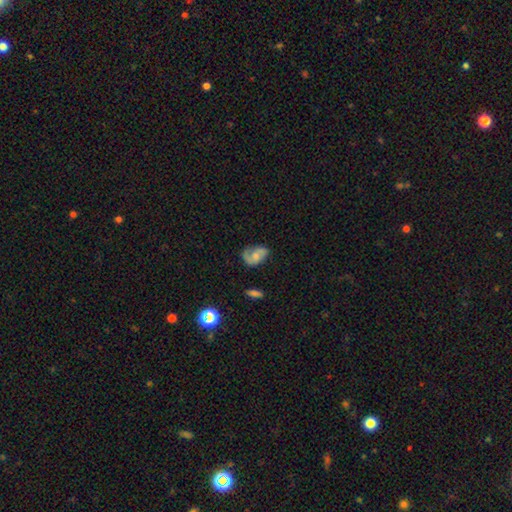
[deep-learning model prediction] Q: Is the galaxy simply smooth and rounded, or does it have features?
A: featured or disk — 53%.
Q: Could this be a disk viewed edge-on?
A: no — 96%.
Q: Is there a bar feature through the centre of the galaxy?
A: no — 65%.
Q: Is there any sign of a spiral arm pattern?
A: yes — 85%.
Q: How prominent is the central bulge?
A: small — 45%.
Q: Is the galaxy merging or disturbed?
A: none — 51%.